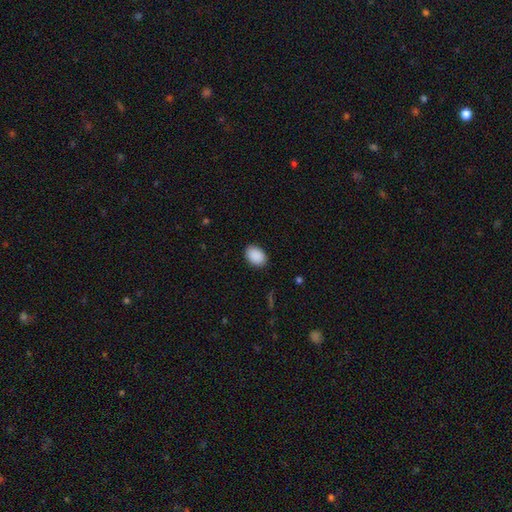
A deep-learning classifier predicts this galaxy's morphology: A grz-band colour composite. It shows a smooth galaxy with no disk features (90%) that is in between round and cigar-shaped (80%). Merging: none (88%).